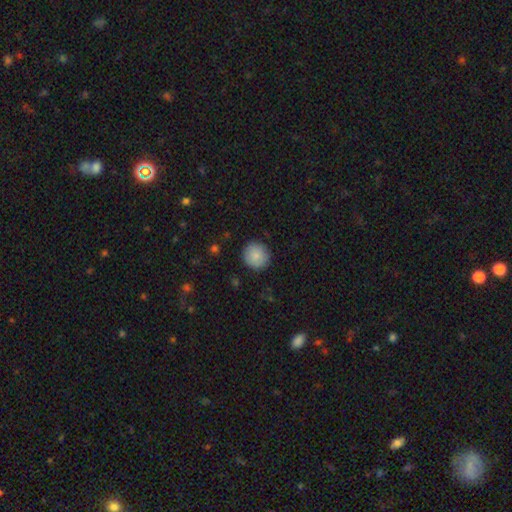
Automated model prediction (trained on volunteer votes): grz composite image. It shows a smooth galaxy with no disk features (86%) that is round (93%). Merging: none (89%).